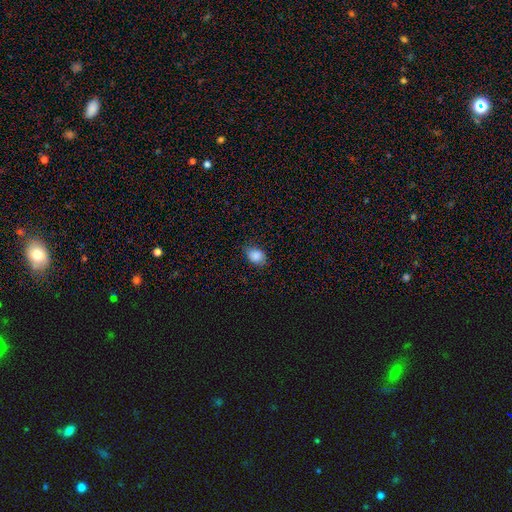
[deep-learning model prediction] Smooth or featured? smooth (84%)
How rounded? in between (65%)
Merging? none (73%)